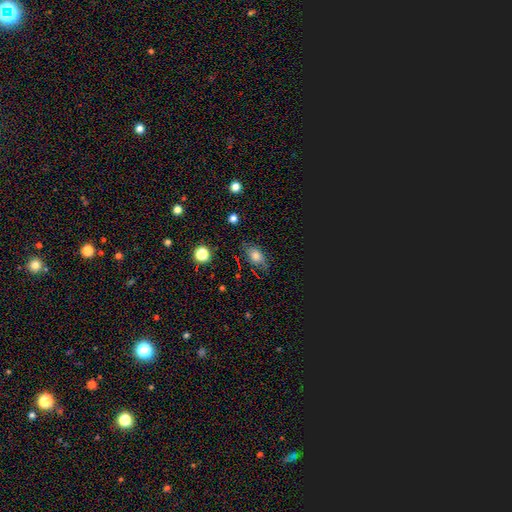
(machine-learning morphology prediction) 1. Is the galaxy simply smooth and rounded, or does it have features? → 61% smooth, 20% star or artifact, 19% featured or disk.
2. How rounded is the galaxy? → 78% in between, 19% round, 4% cigar-shaped.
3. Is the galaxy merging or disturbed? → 74% none, 18% minor disturbance, 6% major disturbance, 2% merger.